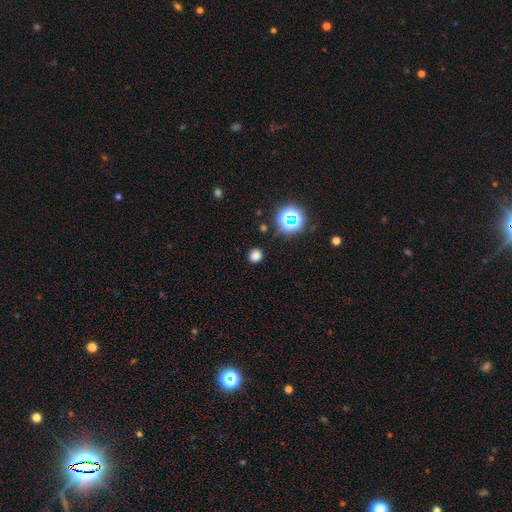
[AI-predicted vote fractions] Q: Smooth or featured?
A: smooth (74%); runner-up: star or artifact (22%)
Q: How rounded?
A: round (81%); runner-up: in between (18%)
Q: Merging?
A: none (88%); runner-up: minor disturbance (8%)